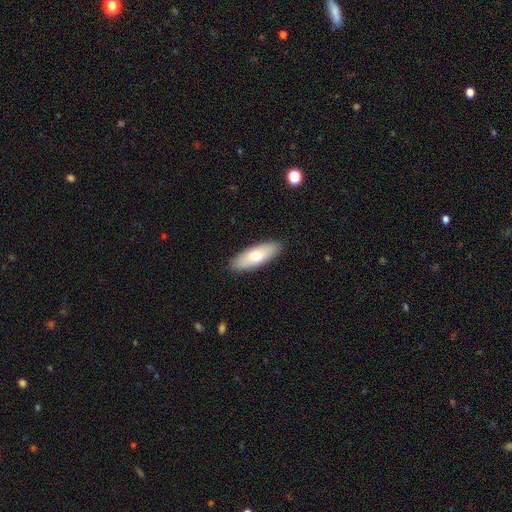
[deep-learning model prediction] Smooth or featured: smooth — 73% (featured or disk — 21%)
How rounded: in between — 66% (cigar-shaped — 32%)
Merging: none — 89% (minor disturbance — 8%)